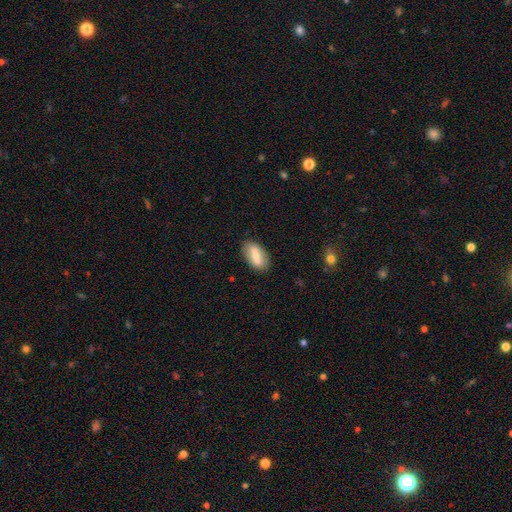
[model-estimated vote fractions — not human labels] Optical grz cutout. It shows a smooth galaxy with no disk features (70%) that is in between round and cigar-shaped (88%). Merging: none (83%).